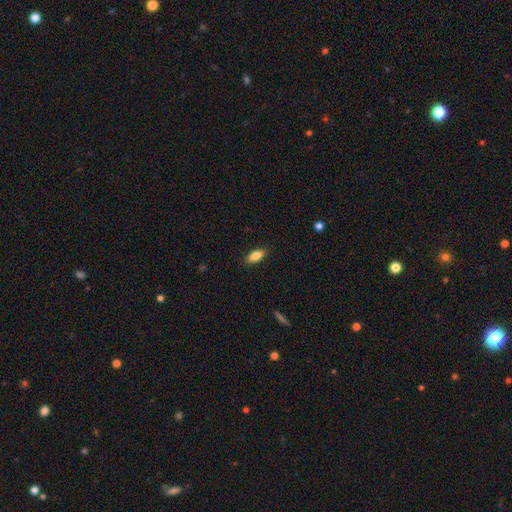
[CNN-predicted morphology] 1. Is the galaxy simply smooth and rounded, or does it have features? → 83% smooth, 10% featured or disk, 7% star or artifact.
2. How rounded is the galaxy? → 82% in between, 15% cigar-shaped, 3% round.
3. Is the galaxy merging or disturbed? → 87% none, 10% minor disturbance, 2% major disturbance, 1% merger.